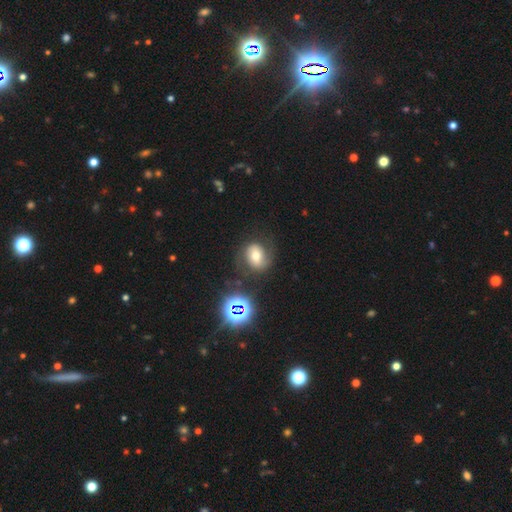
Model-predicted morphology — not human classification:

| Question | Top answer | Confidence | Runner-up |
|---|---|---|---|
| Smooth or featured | smooth | 43% | featured or disk (40%) |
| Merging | none | 68% | minor disturbance (17%) |